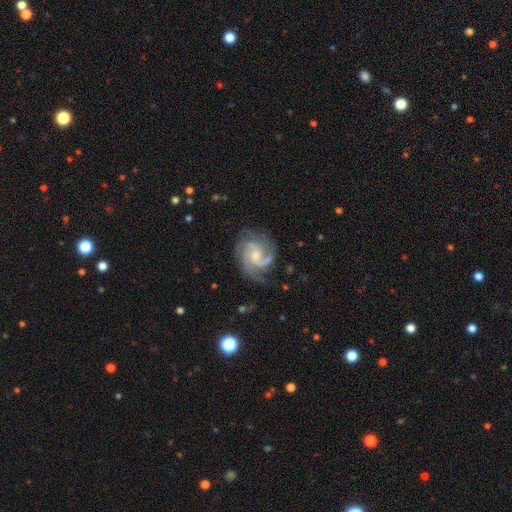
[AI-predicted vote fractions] Smooth or featured: featured or disk — 90% (smooth — 5%)
Edge-on disk: no — 98% (yes — 2%)
Bar: no — 60% (weak — 34%)
Spiral arms: yes — 98% (no — 2%)
Spiral winding: medium — 47% (tight — 43%)
Spiral arm count: 2 — 37% (3 — 36%)
Bulge size: small — 58% (moderate — 34%)
Merging: none — 70% (minor disturbance — 19%)